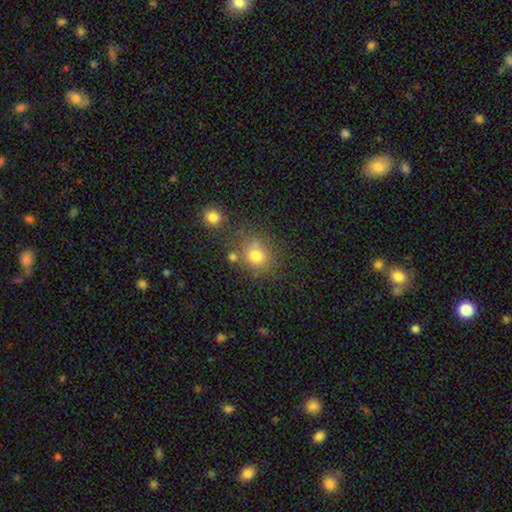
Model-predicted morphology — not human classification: A smooth galaxy with no disk features (75%) that is round (79%).

Vote fractions:
- Smooth or featured? smooth: 75% / star or artifact: 15% / featured or disk: 10%
- How rounded? round: 79% / in between: 20% / cigar-shaped: 1%
- Merging? none: 66% / merger: 16% / minor disturbance: 13% / major disturbance: 6%